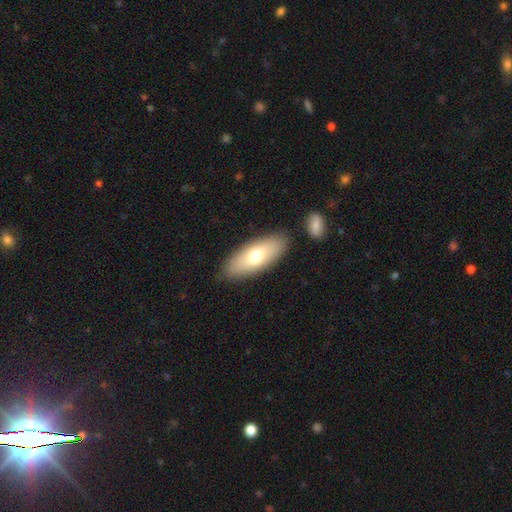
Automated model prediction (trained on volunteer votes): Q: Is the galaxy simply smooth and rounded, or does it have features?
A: smooth — 68%.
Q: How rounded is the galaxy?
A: in between — 80%.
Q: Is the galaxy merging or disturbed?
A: none — 84%.